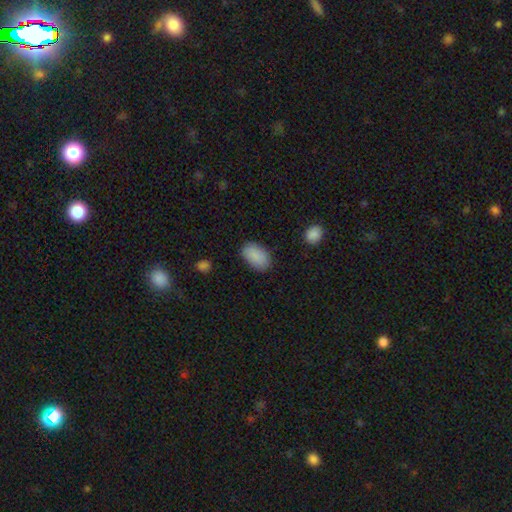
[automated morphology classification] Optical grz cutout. It shows a smooth galaxy with no disk features (89%) that is in between round and cigar-shaped (92%). Merging: none (82%).